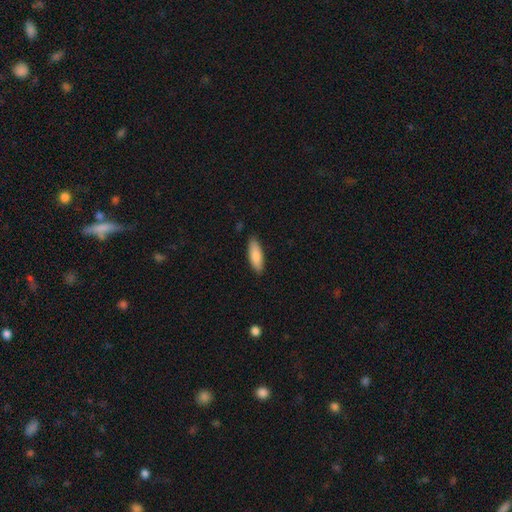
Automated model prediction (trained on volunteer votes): Overall: smooth (84%). How rounded: in between (60%; cigar-shaped 38%). Merging: none (86%).